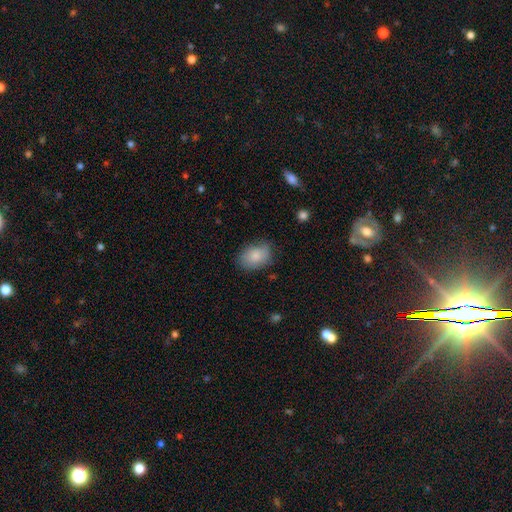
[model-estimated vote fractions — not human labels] Morphology: type=smooth (83%); roundness=in between (82%); merging=none (73%).